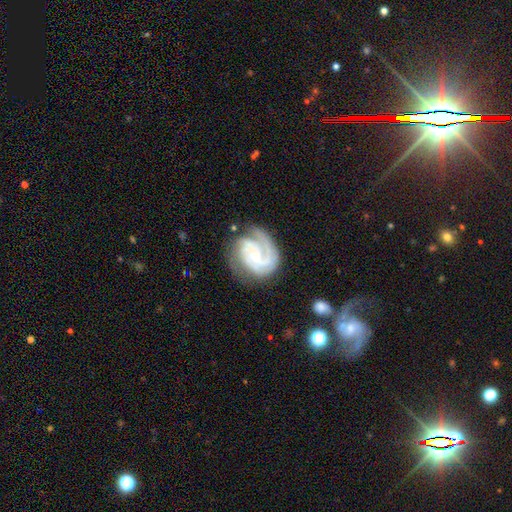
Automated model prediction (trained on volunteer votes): This is clearly a featured or disk galaxy (89%). It is clearly not viewed edge-on (98%). Bar: possibly no (60%). Spiral arm pattern: clearly yes (98%). Spiral arm count: marginally 2 (41%). Spiral winding: possibly tight (57%). Central bulge: likely small (66%). Merging: likely none (69%).